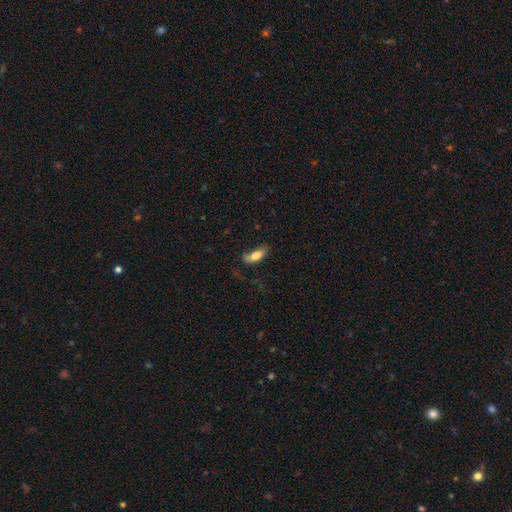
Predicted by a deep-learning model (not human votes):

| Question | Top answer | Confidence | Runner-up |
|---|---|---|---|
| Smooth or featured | smooth | 78% | featured or disk (15%) |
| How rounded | in between | 80% | cigar-shaped (18%) |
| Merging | none | 54% | minor disturbance (28%) |